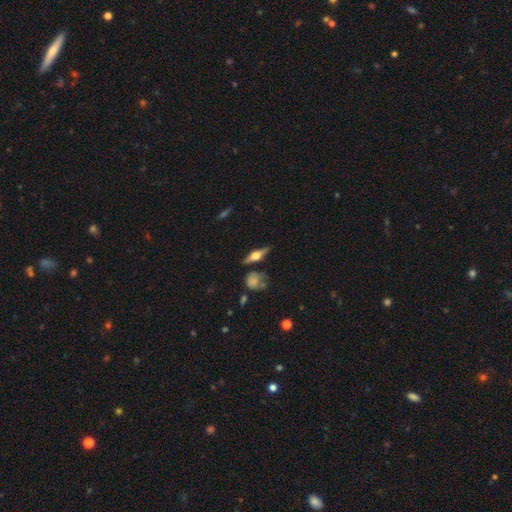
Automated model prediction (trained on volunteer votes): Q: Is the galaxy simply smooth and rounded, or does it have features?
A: featured or disk — 70%.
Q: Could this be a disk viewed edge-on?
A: yes — 96%.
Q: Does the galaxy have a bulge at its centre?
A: rounded — 93%.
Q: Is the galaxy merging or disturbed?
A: none — 78%.